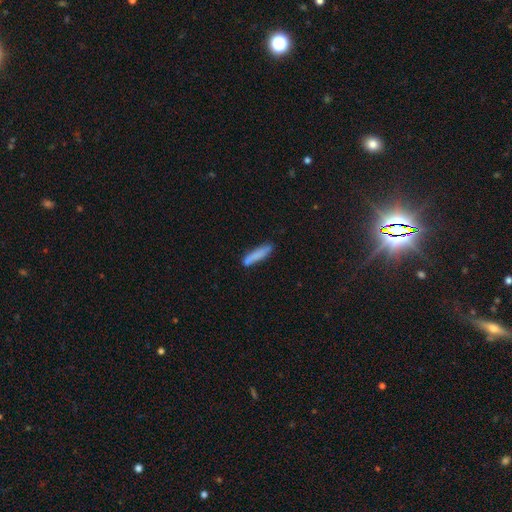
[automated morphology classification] Q: Smooth or featured?
A: smooth (82%); runner-up: featured or disk (12%)
Q: How rounded?
A: cigar-shaped (87%); runner-up: in between (11%)
Q: Merging?
A: none (80%); runner-up: minor disturbance (15%)